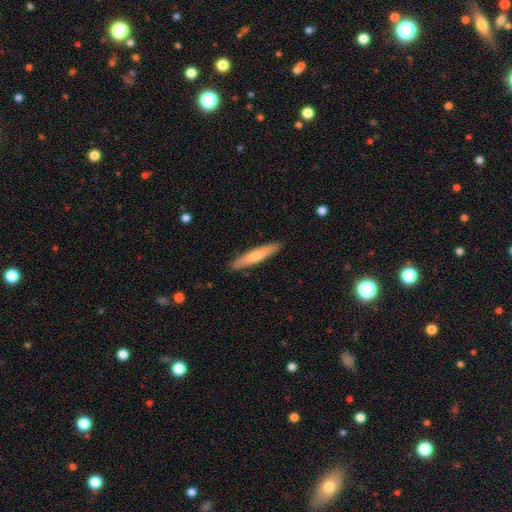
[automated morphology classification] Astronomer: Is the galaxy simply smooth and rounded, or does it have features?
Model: smooth — 65%.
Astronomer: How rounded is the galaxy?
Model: cigar-shaped — 92%.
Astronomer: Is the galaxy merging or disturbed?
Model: none — 90%.